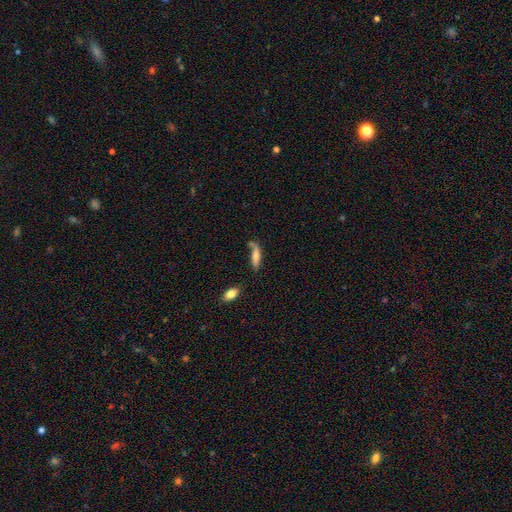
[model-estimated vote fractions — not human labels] A smooth galaxy with no disk features (64%) that is cigar-shaped (65%). Merging: none (53%).